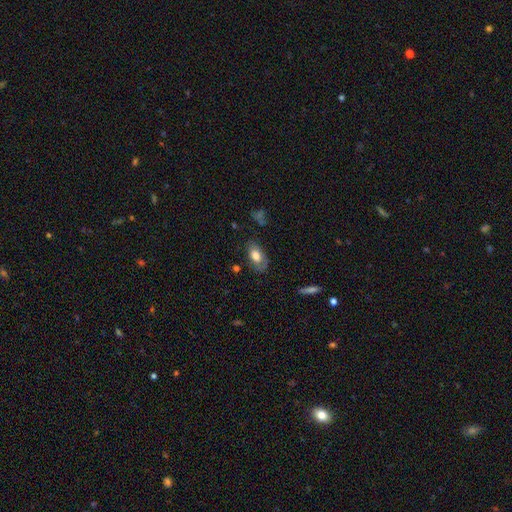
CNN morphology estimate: Q: Smooth or featured?
A: smooth (68%); runner-up: featured or disk (25%)
Q: How rounded?
A: in between (92%); runner-up: round (5%)
Q: Merging?
A: none (68%); runner-up: minor disturbance (22%)